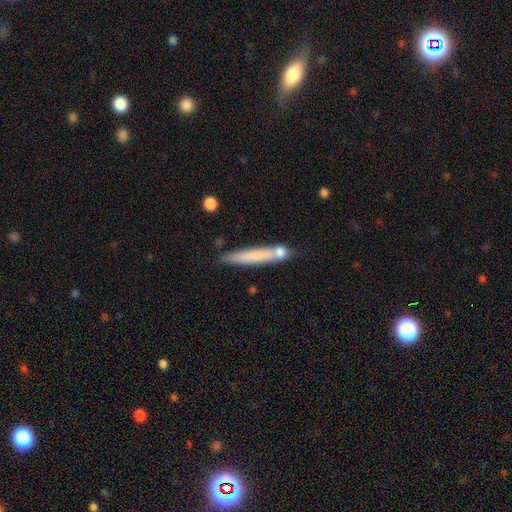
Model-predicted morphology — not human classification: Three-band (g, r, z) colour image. It shows a smooth galaxy with no disk features (66%) that is cigar-shaped (94%). Merging: none (68%).